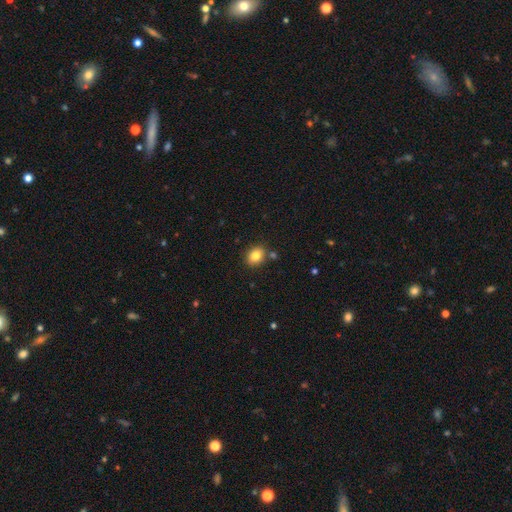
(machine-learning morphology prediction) A smooth galaxy with no disk features (83%) that is in between round and cigar-shaped (54%). Merging: none (81%).